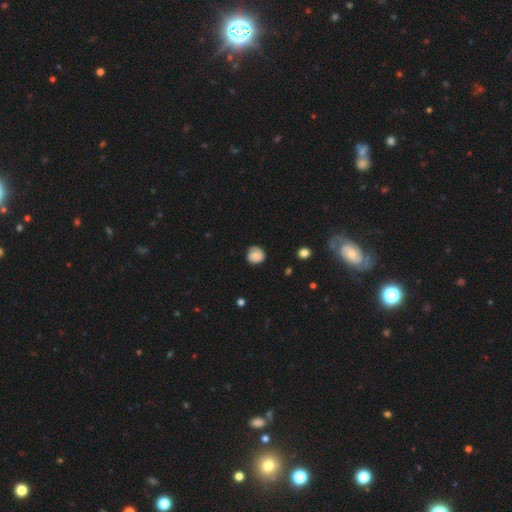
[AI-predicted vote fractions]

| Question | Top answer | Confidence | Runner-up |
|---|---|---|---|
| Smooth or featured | smooth | 68% | featured or disk (24%) |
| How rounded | round | 85% | in between (14%) |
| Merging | none | 75% | minor disturbance (19%) |